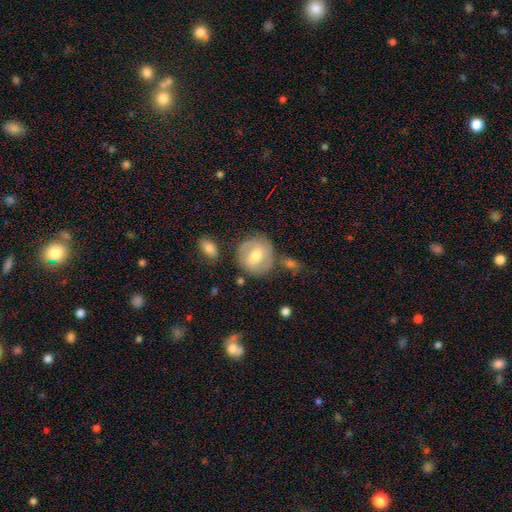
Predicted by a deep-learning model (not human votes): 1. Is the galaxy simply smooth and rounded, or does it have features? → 51% smooth, 42% featured or disk, 7% star or artifact.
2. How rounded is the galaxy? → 88% round, 10% in between, 1% cigar-shaped.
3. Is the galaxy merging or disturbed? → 73% none, 15% minor disturbance, 7% merger, 5% major disturbance.